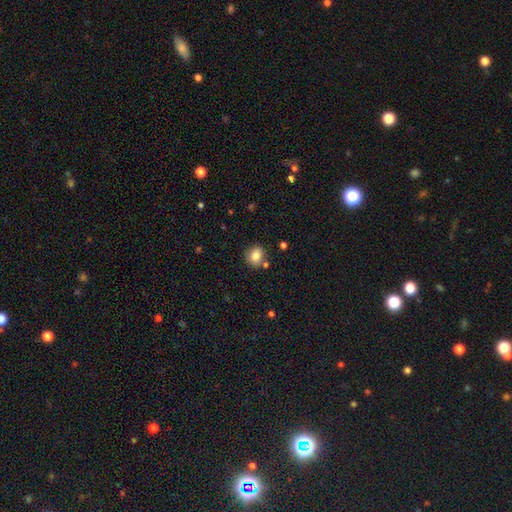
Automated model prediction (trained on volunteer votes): Q: Smooth or featured?
A: smooth (82%); runner-up: star or artifact (10%)
Q: How rounded?
A: round (70%); runner-up: in between (29%)
Q: Merging?
A: none (79%); runner-up: minor disturbance (11%)